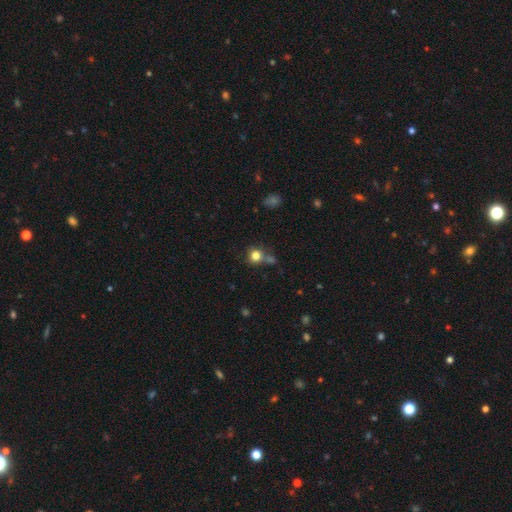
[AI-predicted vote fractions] Smooth or featured? smooth (80%)
How rounded? round (89%)
Merging? none (62%)